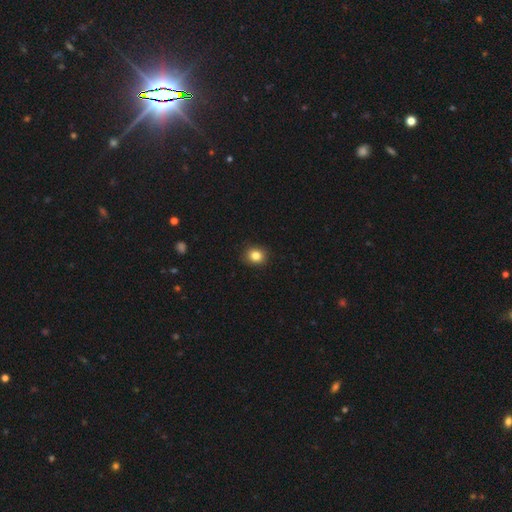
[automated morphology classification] A smooth galaxy with no disk features (84%) that is round (75%). Merging: none (90%).